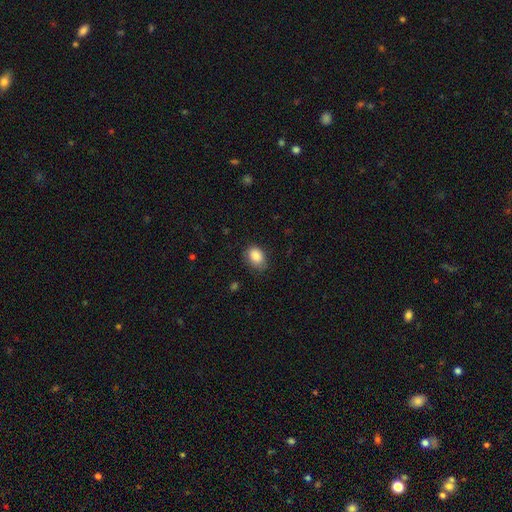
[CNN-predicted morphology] Smooth or featured? Predicted: smooth (p=0.88). How rounded? Predicted: in between (p=0.72). Merging? Predicted: none (p=0.72).